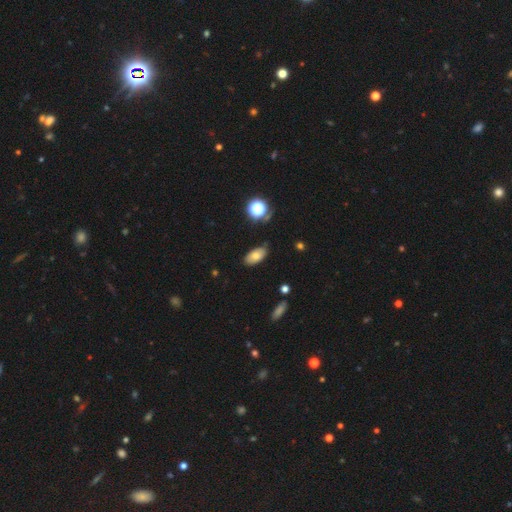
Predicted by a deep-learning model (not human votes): This is likely a smooth galaxy (75%). How rounded: clearly in between (92%). Merging: likely none (78%).